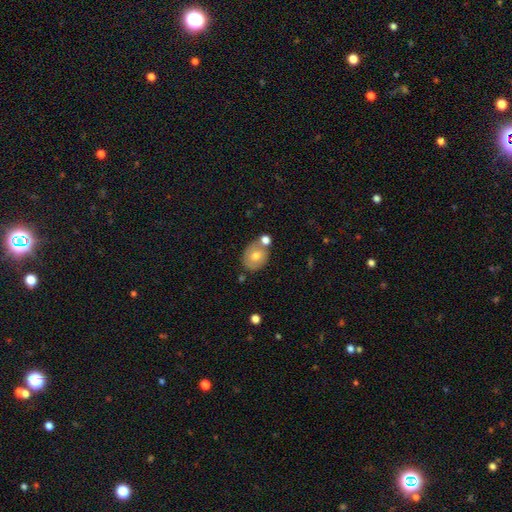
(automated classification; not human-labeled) This is likely a smooth galaxy (68%). How rounded: possibly in between (53%). Merging: possibly none (60%).